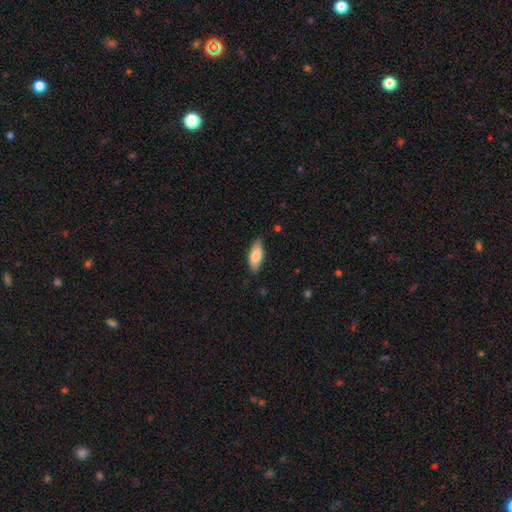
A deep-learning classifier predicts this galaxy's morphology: Smooth or featured: smooth — 80% (featured or disk — 14%)
How rounded: in between — 80% (cigar-shaped — 17%)
Merging: none — 81% (minor disturbance — 15%)